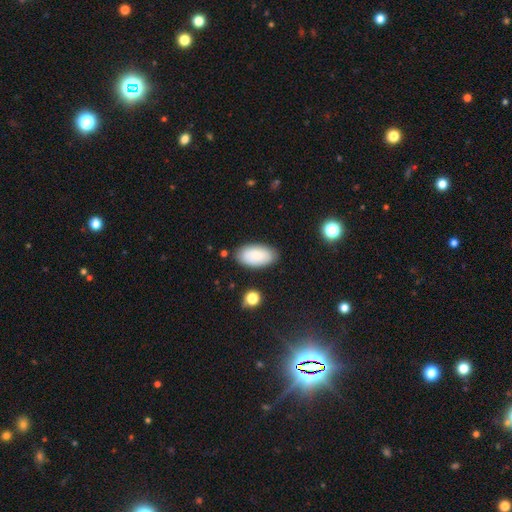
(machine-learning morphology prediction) A smooth galaxy with no disk features (83%) that is in between round and cigar-shaped (95%).

Vote fractions:
- Smooth or featured? smooth: 83% / featured or disk: 10% / star or artifact: 7%
- How rounded? in between: 95% / cigar-shaped: 3% / round: 2%
- Merging? none: 83% / minor disturbance: 12% / major disturbance: 3% / merger: 2%